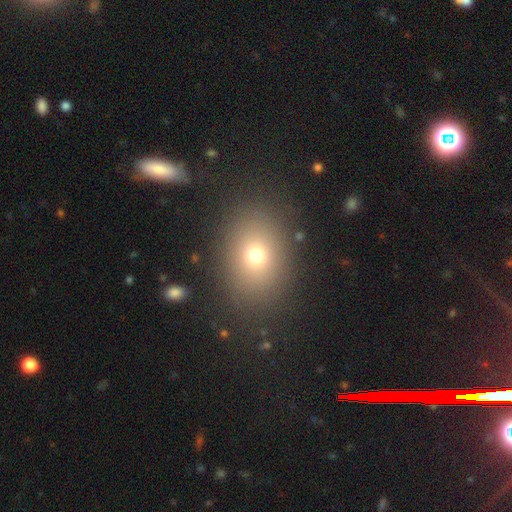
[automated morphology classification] type=smooth (70%); roundness=in between (69%); merging=none (85%).